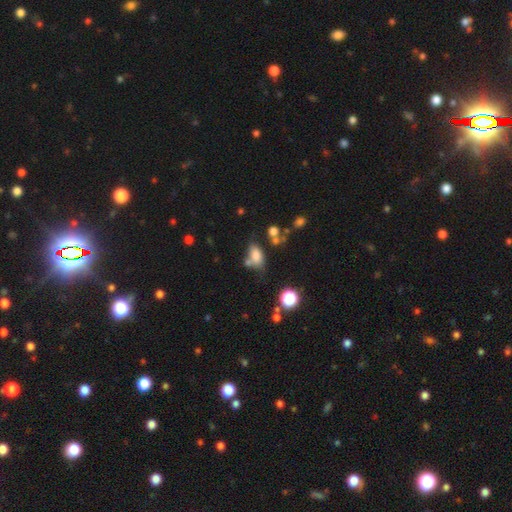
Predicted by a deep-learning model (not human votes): smooth_or_featured: smooth (p=0.76) [alt: star or artifact p=0.13]
how_rounded: in between (p=0.86) [alt: round p=0.12]
merging: none (p=0.51) [alt: merger p=0.22]